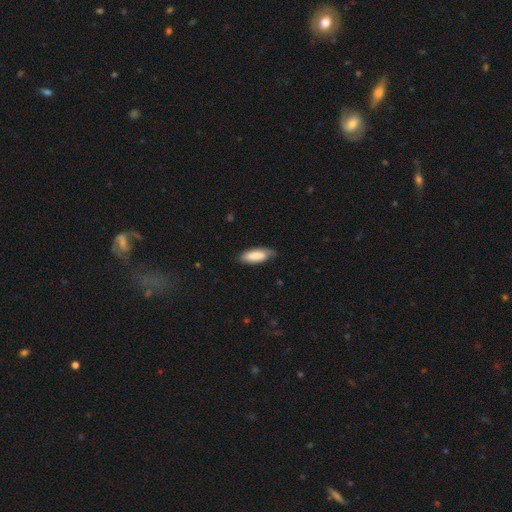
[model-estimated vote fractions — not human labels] Morphology: type=smooth (81%); roundness=in between (73%); merging=none (68%).